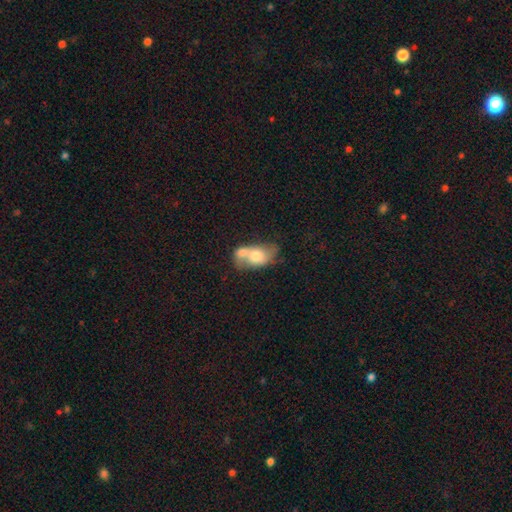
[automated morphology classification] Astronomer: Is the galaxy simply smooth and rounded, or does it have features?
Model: smooth — 61%.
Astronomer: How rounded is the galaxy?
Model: in between — 80%.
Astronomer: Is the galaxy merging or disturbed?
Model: merger — 65%.